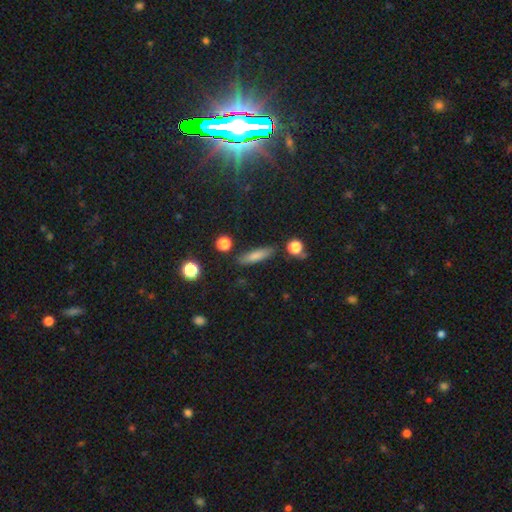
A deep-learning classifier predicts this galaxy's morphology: Smooth or featured? Predicted: smooth (p=0.78). How rounded? Predicted: cigar-shaped (p=0.69). Merging? Predicted: none (p=0.83).